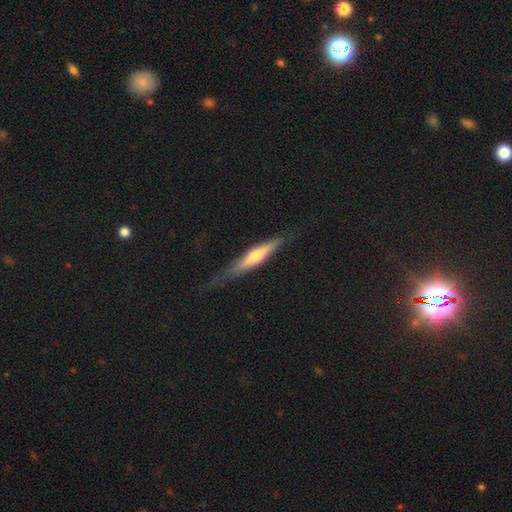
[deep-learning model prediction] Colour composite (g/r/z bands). It shows a featured or disk galaxy (55%) viewed edge-on (92%) with a rounded central bulge (74%). Merging: none (67%).